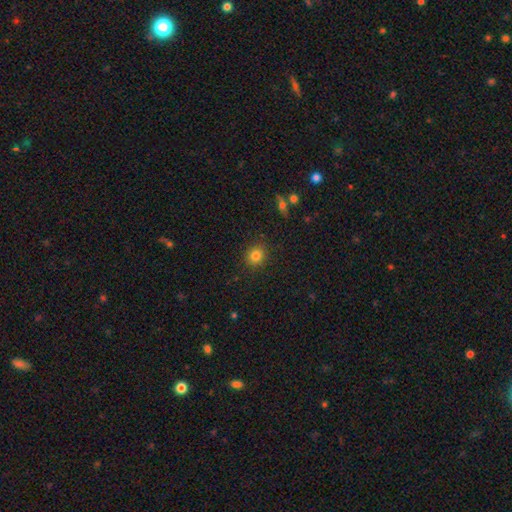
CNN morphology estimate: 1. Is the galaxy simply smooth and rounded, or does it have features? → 81% smooth, 12% star or artifact, 6% featured or disk.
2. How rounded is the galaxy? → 84% round, 15% in between, 1% cigar-shaped.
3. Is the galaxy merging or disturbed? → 90% none, 7% minor disturbance, 2% major disturbance, 1% merger.